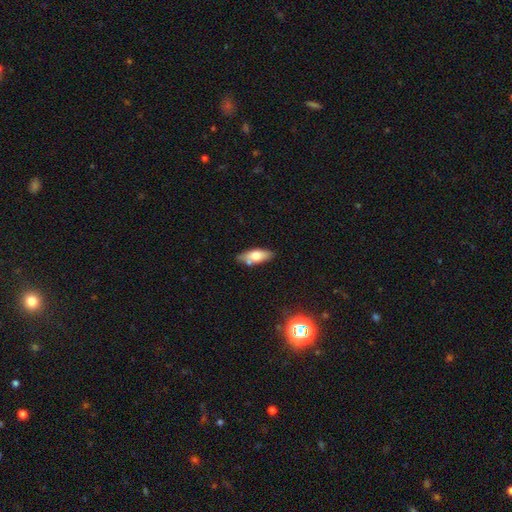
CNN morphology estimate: Q: Smooth or featured?
A: smooth (71%); runner-up: featured or disk (22%)
Q: How rounded?
A: in between (75%); runner-up: cigar-shaped (23%)
Q: Merging?
A: none (70%); runner-up: minor disturbance (19%)